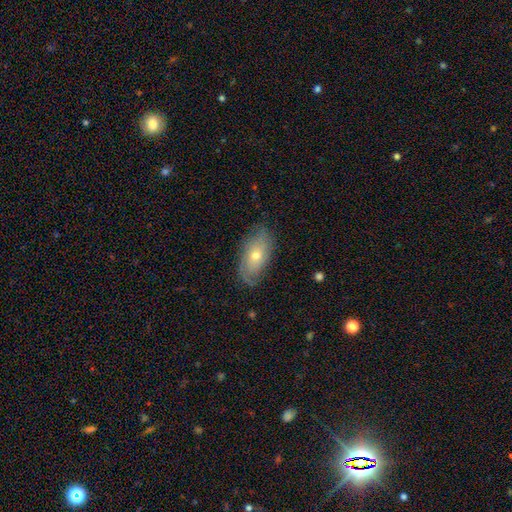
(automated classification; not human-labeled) featured or disk 52%, smooth 40%, star or artifact 8%. Down the decision tree: edge-on disk — no (86%); merging — none (75%).